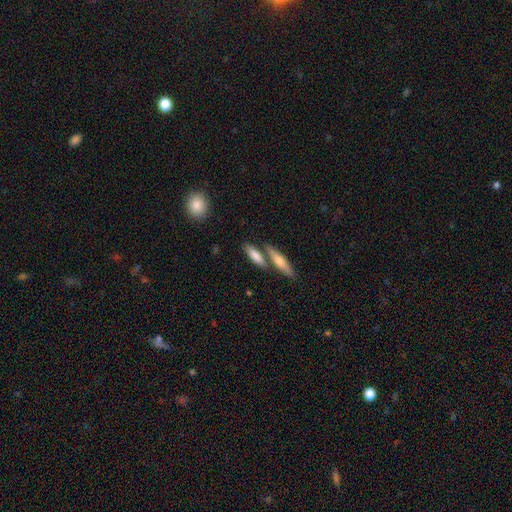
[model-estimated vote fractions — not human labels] The model was most divided on "how rounded": cigar-shaped: 53%, in between: 44%, round: 3%. More confident: smooth or featured — smooth (73%); merging — none (55%).